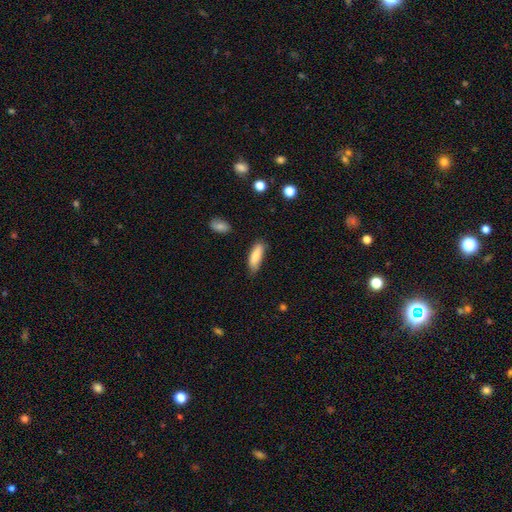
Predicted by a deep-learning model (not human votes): The model was most divided on "how rounded": in between: 54%, cigar-shaped: 45%, round: 2%. More confident: smooth or featured — smooth (83%); merging — none (76%).